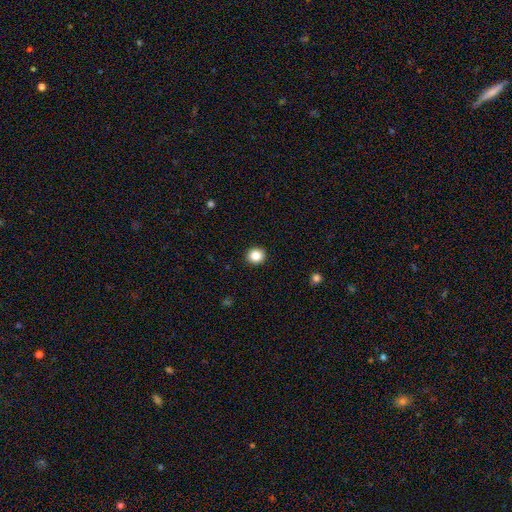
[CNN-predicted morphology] The model was most divided on "smooth or featured": smooth: 86%, star or artifact: 10%, featured or disk: 5%. More confident: merging — none (93%); how rounded — round (89%).